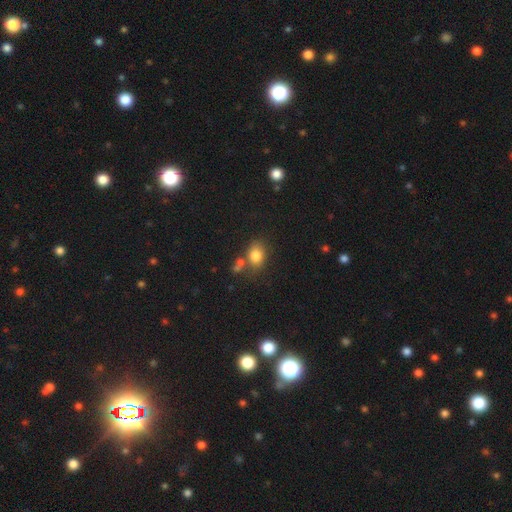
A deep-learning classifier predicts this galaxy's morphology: The model was most divided on "how rounded": in between: 57%, round: 42%, cigar-shaped: 1%. More confident: smooth or featured — smooth (81%); merging — none (62%).